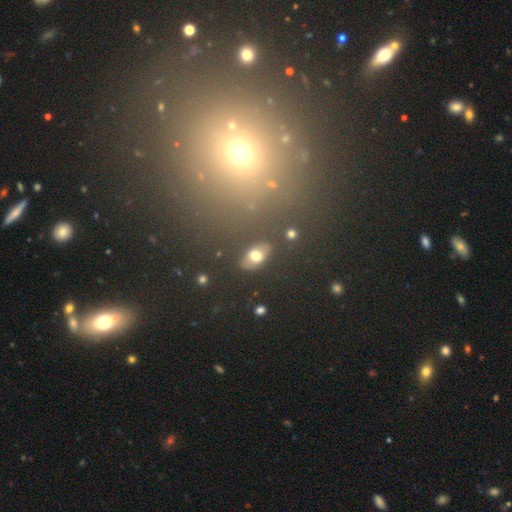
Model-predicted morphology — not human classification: A smooth galaxy with no disk features (72%) that is in between round and cigar-shaped (86%).

Vote fractions:
- Smooth or featured? smooth: 72% / featured or disk: 16% / star or artifact: 12%
- How rounded? in between: 86% / round: 11% / cigar-shaped: 3%
- Merging? none: 80% / minor disturbance: 12% / major disturbance: 4% / merger: 3%